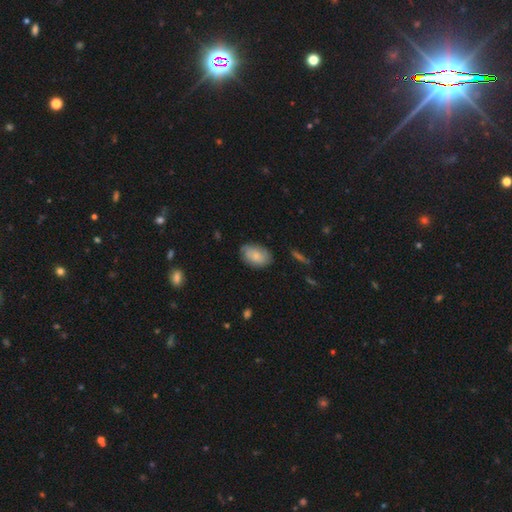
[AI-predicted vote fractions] Smooth or featured?
  - smooth: 77% *
  - featured or disk: 17%
  - star or artifact: 7%
How rounded?
  - in between: 88% *
  - round: 11%
  - cigar-shaped: 1%
Merging?
  - none: 78% *
  - minor disturbance: 17%
  - major disturbance: 3%
  - merger: 1%